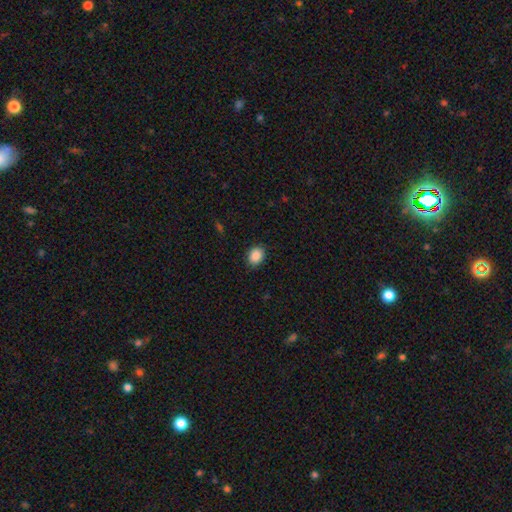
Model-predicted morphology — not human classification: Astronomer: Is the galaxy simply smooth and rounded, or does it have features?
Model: smooth — 88%.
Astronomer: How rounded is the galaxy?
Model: in between — 58% (runner-up: round, 41%).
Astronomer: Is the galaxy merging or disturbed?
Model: none — 87%.